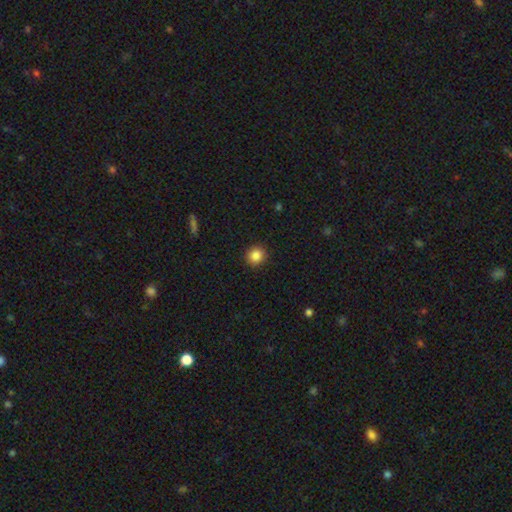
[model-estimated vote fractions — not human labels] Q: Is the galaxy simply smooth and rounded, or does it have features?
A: smooth — 86%.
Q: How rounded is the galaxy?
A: round — 89%.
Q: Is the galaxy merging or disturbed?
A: none — 91%.